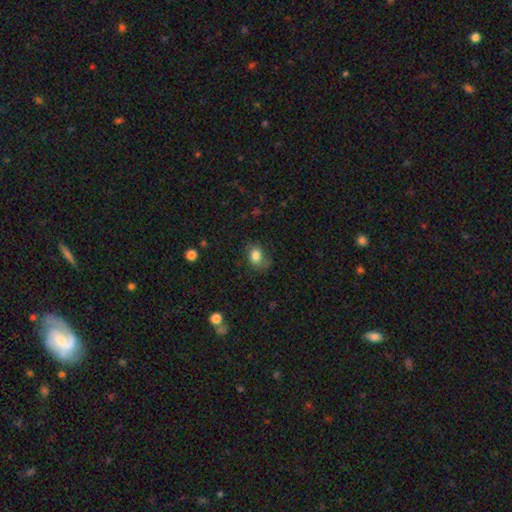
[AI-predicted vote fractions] A smooth galaxy with no disk features (83%) that is in between round and cigar-shaped (63%).

Vote fractions:
- Smooth or featured? smooth: 83% / star or artifact: 10% / featured or disk: 8%
- How rounded? in between: 63% / round: 36% / cigar-shaped: 1%
- Merging? none: 65% / minor disturbance: 24% / major disturbance: 8% / merger: 2%